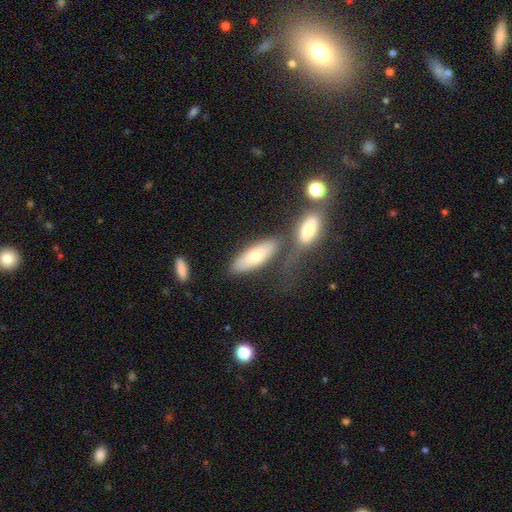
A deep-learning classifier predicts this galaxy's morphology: smooth_or_featured: smooth (p=0.66) [alt: featured or disk p=0.26]
how_rounded: in between (p=0.69) [alt: cigar-shaped p=0.29]
merging: none (p=0.51) [alt: merger p=0.23]